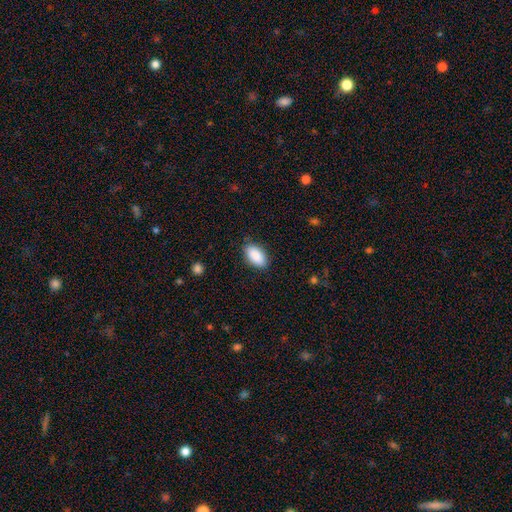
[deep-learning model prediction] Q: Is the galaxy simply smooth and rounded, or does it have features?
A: smooth — 90%.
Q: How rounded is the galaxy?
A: in between — 94%.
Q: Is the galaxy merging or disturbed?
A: none — 85%.